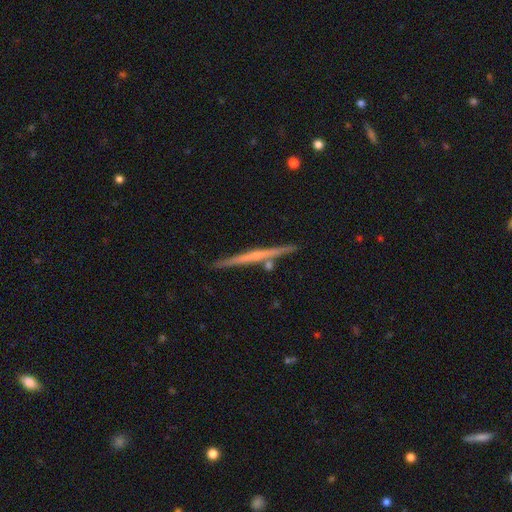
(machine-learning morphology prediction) featured or disk 67%, smooth 28%, star or artifact 6%. Down the decision tree: edge-on disk — yes (98%); edge-on bulge — none (55%); merging — none (86%).